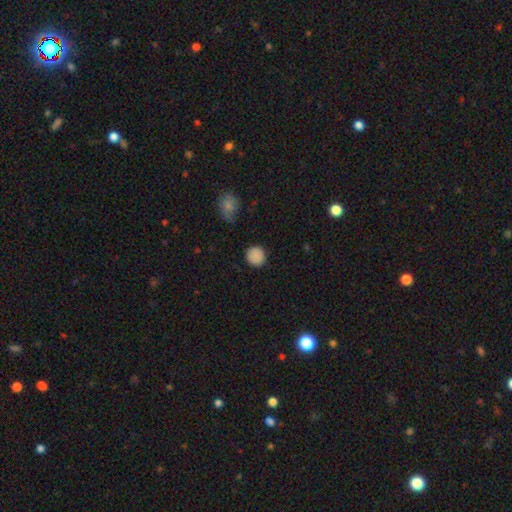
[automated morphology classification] A smooth galaxy with no disk features (87%) that is round (93%). Merging: none (88%).